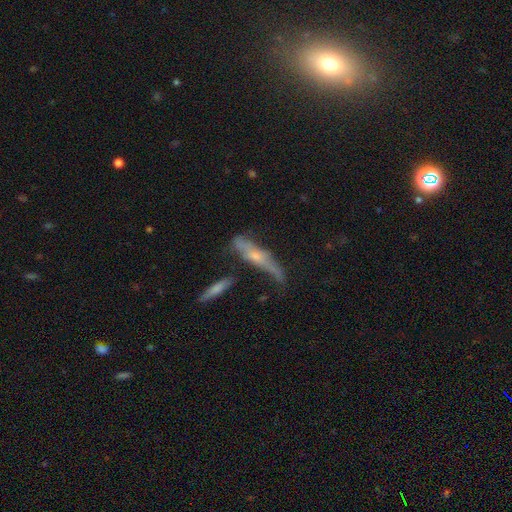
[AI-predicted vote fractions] Smooth or featured?
  - featured or disk: 60% *
  - smooth: 30%
  - star or artifact: 9%
Edge-on disk?
  - yes: 69% *
  - no: 31%
Merging?
  - none: 45% *
  - minor disturbance: 26%
  - major disturbance: 17%
  - merger: 12%